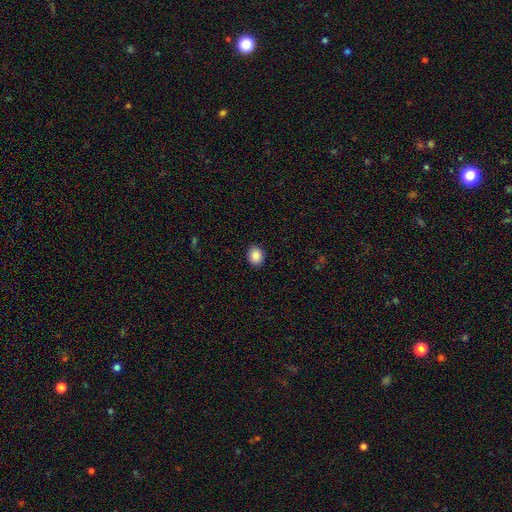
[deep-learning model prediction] This appears to be a smooth galaxy with no disk features (88%) that is round (62%). Merging: none (91%).